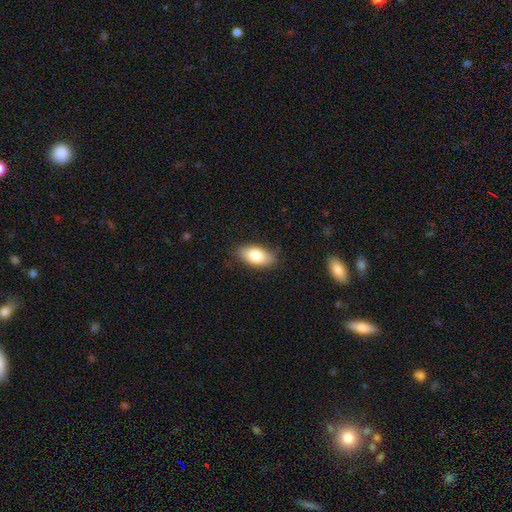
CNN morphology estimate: Smooth or featured: smooth — 82% (featured or disk — 12%)
How rounded: in between — 91% (cigar-shaped — 5%)
Merging: none — 82% (minor disturbance — 14%)